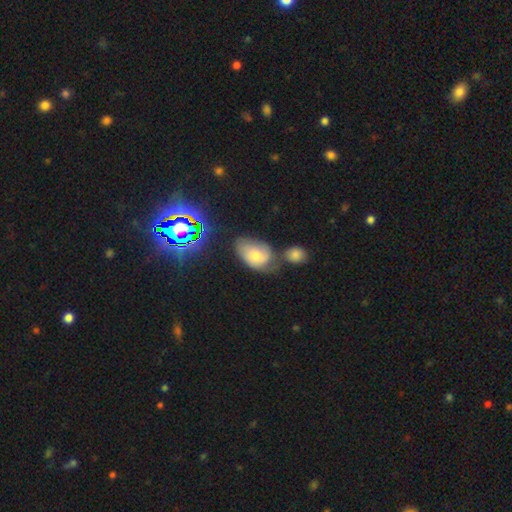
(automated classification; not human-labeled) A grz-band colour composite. It shows a smooth galaxy with no disk features (60%) that is in between round and cigar-shaped (85%). Merging: none (33%).